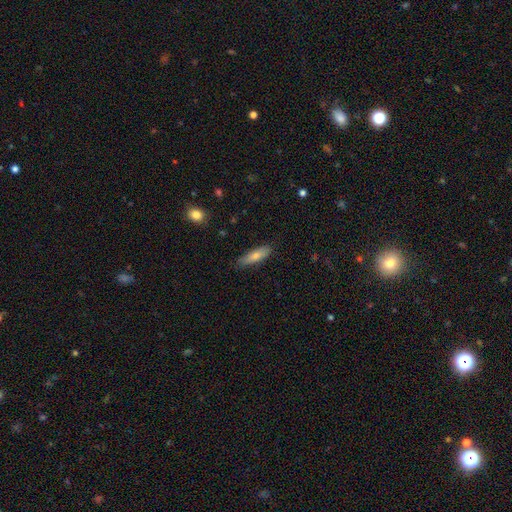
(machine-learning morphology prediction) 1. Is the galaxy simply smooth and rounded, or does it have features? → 72% smooth, 21% featured or disk, 6% star or artifact.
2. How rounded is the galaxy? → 61% cigar-shaped, 37% in between, 2% round.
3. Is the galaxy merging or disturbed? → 83% none, 13% minor disturbance, 2% major disturbance, 1% merger.